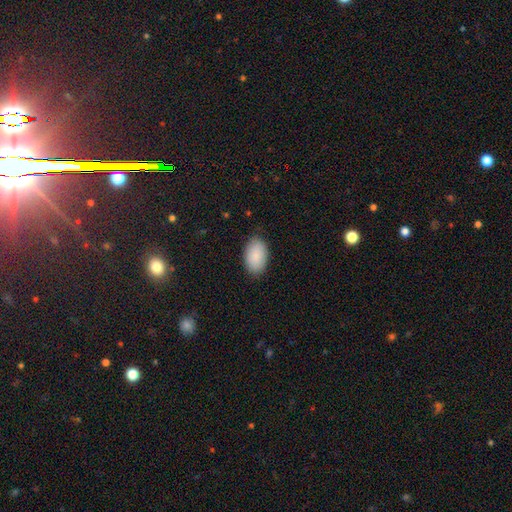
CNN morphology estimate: type=smooth (89%); roundness=in between (94%); merging=none (86%).